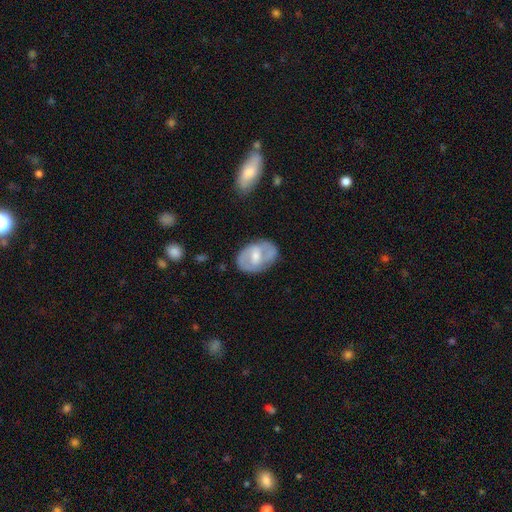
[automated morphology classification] Smooth or featured? featured or disk (60%)
Edge-on disk? no (95%)
Bar? weak (48%)
Spiral arms? yes (57%)
Bulge size? moderate (61%)
Merging? none (72%)